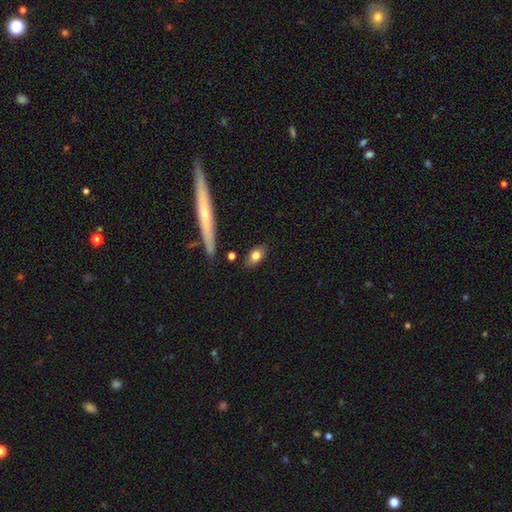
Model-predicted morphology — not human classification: smooth-or-featured: smooth: 75% | featured or disk: 17% | star or artifact: 7%
  how-rounded: in between: 80% | round: 10% | cigar-shaped: 10%
  merging: none: 80% | minor disturbance: 13% | merger: 3% | major disturbance: 3%